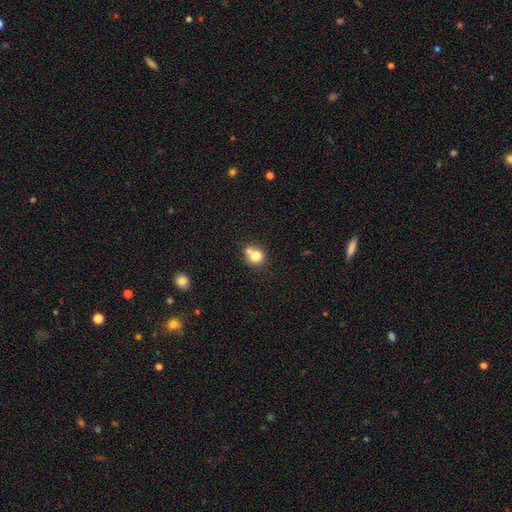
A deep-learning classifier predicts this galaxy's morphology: Smooth or featured: smooth — 76% (featured or disk — 13%)
How rounded: round — 85% (in between — 14%)
Merging: none — 47% (merger — 40%)